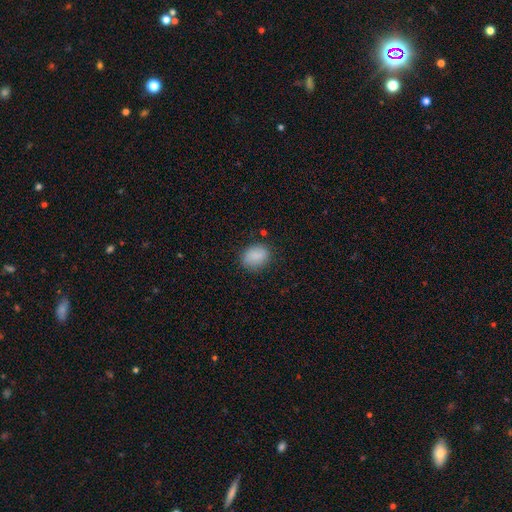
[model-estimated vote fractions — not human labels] Overall: smooth (87%). How rounded: in between (59%; round 40%). Merging: none (80%).